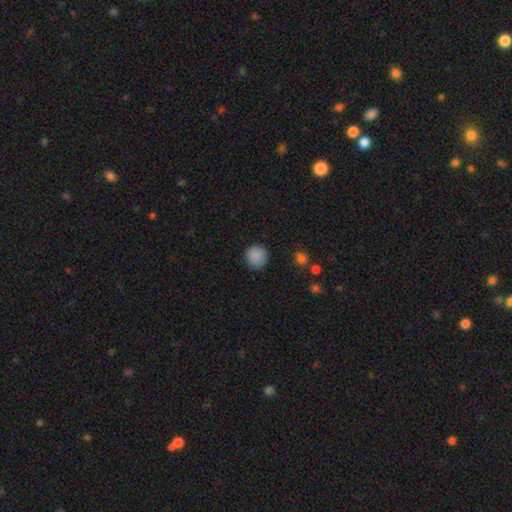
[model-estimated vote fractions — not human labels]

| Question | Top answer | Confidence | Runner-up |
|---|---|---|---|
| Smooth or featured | smooth | 88% | star or artifact (9%) |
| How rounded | round | 93% | in between (6%) |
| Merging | none | 88% | minor disturbance (9%) |